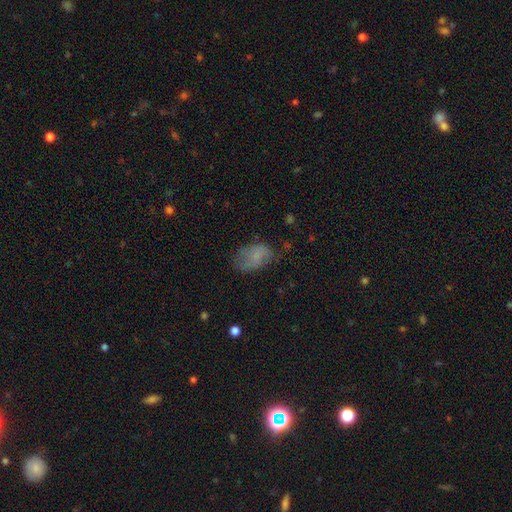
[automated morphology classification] Smooth or featured? smooth (67%)
How rounded? in between (89%)
Merging? none (55%)